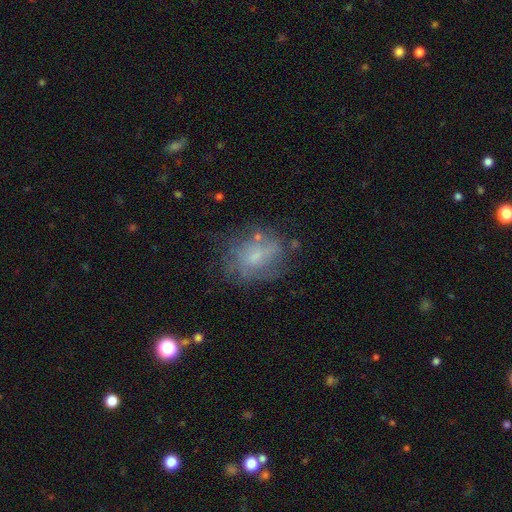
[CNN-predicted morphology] Overall: smooth (45%; featured or disk 43%). Merging: none (56%; minor disturbance 24%).